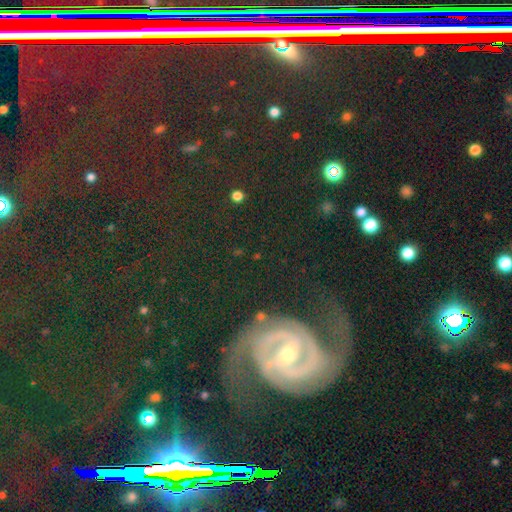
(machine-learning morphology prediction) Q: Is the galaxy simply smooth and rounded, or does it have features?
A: star or artifact — 39%.